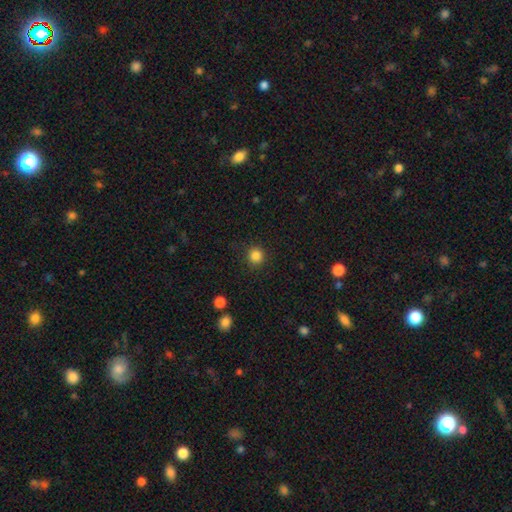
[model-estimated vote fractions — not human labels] Smooth or featured?
  - smooth: 85% *
  - star or artifact: 11%
  - featured or disk: 4%
How rounded?
  - round: 93% *
  - in between: 6%
  - cigar-shaped: 1%
Merging?
  - none: 90% *
  - minor disturbance: 7%
  - major disturbance: 3%
  - merger: 1%